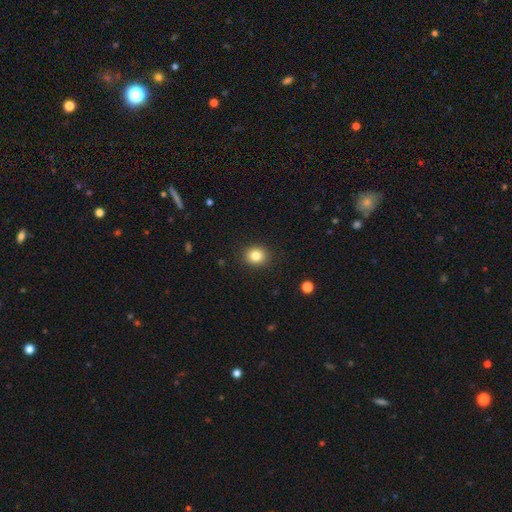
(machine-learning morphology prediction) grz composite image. It shows a smooth galaxy with no disk features (83%) that is round (74%). Merging: none (90%).